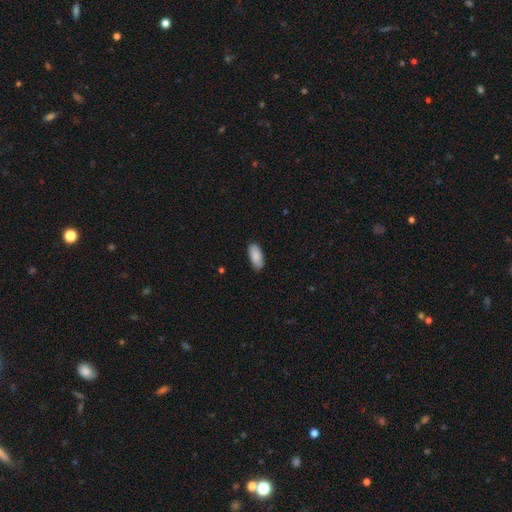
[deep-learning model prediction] A smooth galaxy with no disk features (88%) that is in between round and cigar-shaped (90%). Merging: none (84%).